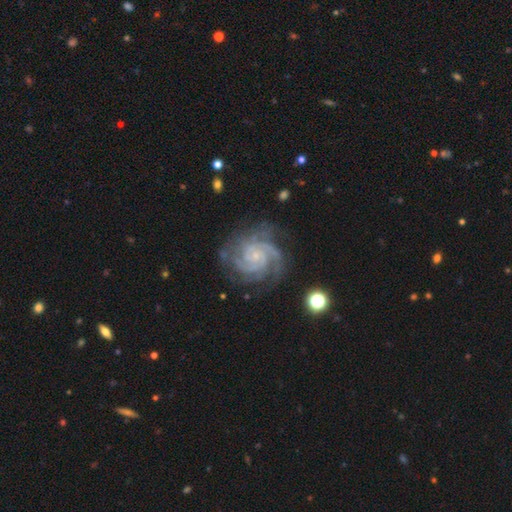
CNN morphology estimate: Q: Smooth or featured?
A: featured or disk (91%); runner-up: star or artifact (5%)
Q: Edge-on disk?
A: no (98%); runner-up: yes (2%)
Q: Bar?
A: no (73%); runner-up: weak (21%)
Q: Spiral arms?
A: yes (98%); runner-up: no (2%)
Q: Spiral winding?
A: tight (68%); runner-up: medium (28%)
Q: Spiral arm count?
A: 3 (36%); runner-up: 4 (22%)
Q: Bulge size?
A: small (81%); runner-up: moderate (10%)
Q: Merging?
A: none (75%); runner-up: minor disturbance (17%)